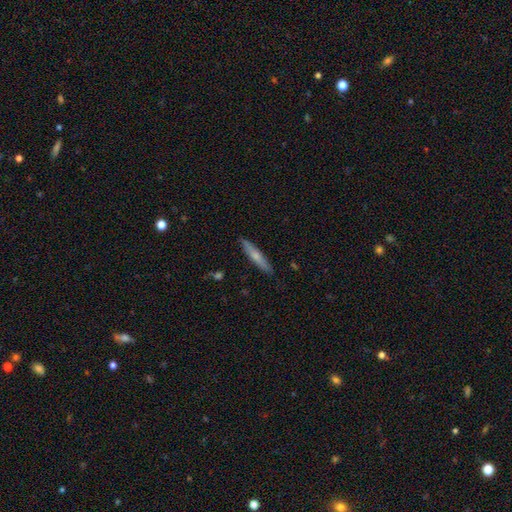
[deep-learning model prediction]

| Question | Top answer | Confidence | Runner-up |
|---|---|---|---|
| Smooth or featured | smooth | 56% | featured or disk (38%) |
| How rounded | cigar-shaped | 92% | in between (7%) |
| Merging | none | 88% | minor disturbance (9%) |